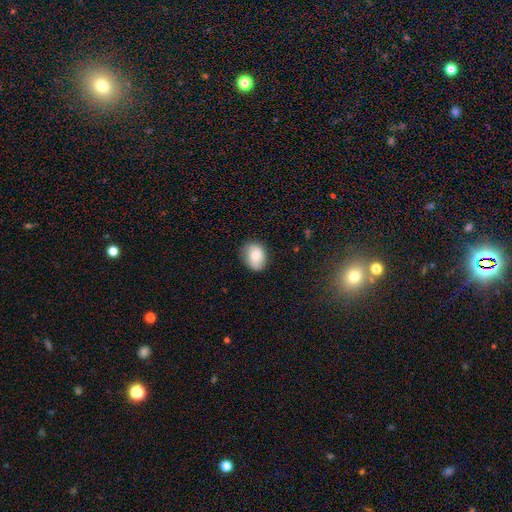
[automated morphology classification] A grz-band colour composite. It shows a smooth galaxy with no disk features (79%) that is in between round and cigar-shaped (65%). Merging: none (78%).